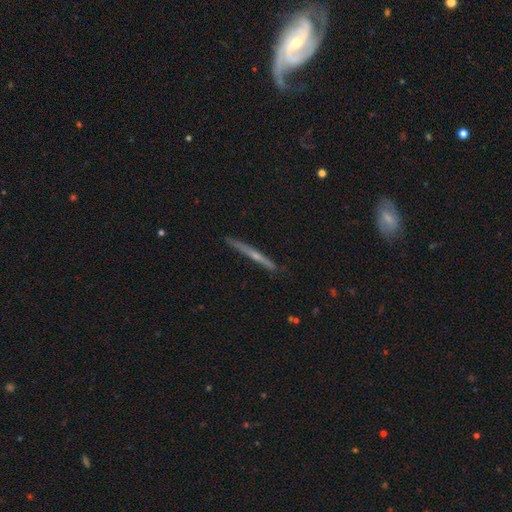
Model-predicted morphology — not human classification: Smooth or featured? Predicted: featured or disk (p=0.68). Edge-on disk? Predicted: yes (p=0.98). Edge-on bulge? Predicted: rounded (p=0.60). Merging? Predicted: none (p=0.88).